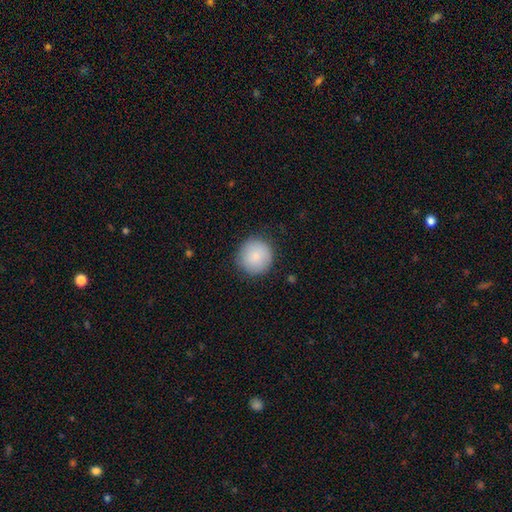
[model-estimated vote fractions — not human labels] Smooth or featured: smooth — 84% (featured or disk — 10%)
How rounded: round — 95% (in between — 4%)
Merging: none — 86% (minor disturbance — 10%)